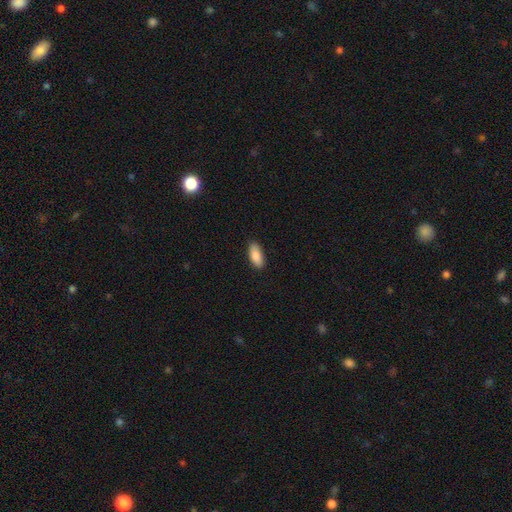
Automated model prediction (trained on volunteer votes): Q: Smooth or featured?
A: smooth (87%); runner-up: featured or disk (7%)
Q: How rounded?
A: in between (86%); runner-up: cigar-shaped (12%)
Q: Merging?
A: none (87%); runner-up: minor disturbance (10%)